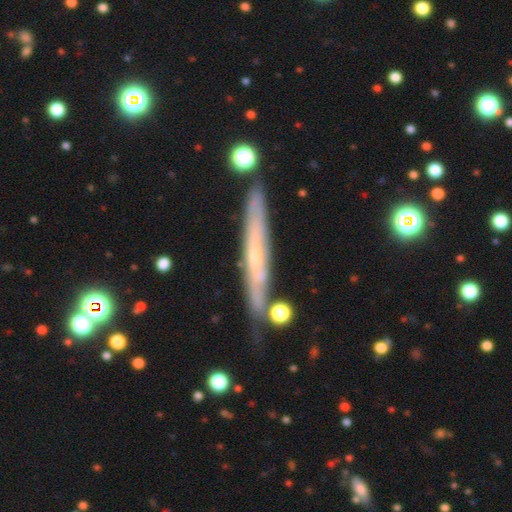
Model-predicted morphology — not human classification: Smooth or featured?
  - featured or disk: 62% *
  - smooth: 31%
  - star or artifact: 7%
Edge-on disk?
  - yes: 88% *
  - no: 12%
Edge-on bulge?
  - none: 59% *
  - rounded: 37%
  - boxy: 4%
Merging?
  - none: 82% *
  - minor disturbance: 12%
  - merger: 3%
  - major disturbance: 2%